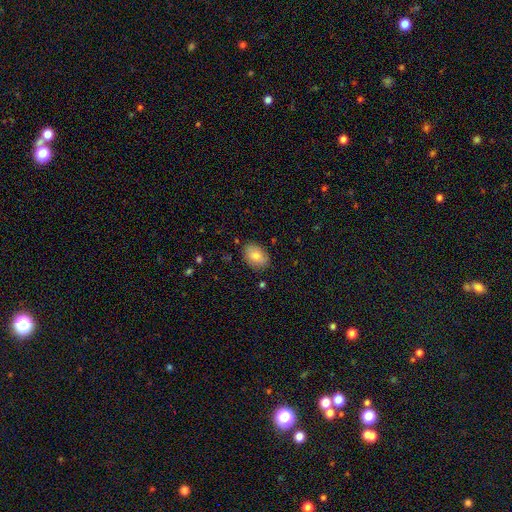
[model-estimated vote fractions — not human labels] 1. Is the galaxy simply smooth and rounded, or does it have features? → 80% smooth, 12% featured or disk, 7% star or artifact.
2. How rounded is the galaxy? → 85% in between, 14% round, 1% cigar-shaped.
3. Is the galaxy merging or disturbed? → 83% none, 13% minor disturbance, 3% major disturbance, 2% merger.